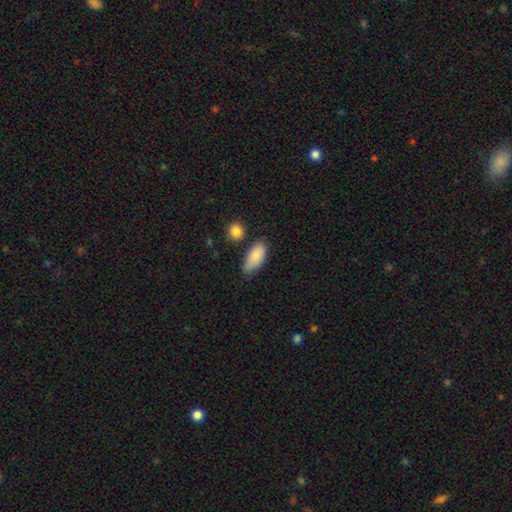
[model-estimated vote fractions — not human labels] Smooth or featured? Predicted: smooth (p=0.86). How rounded? Predicted: in between (p=0.89). Merging? Predicted: none (p=0.59).